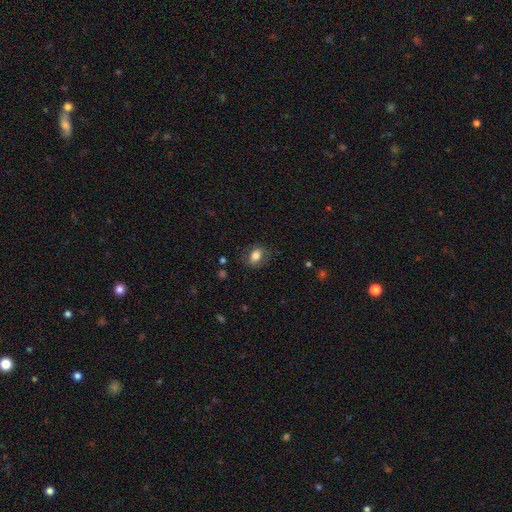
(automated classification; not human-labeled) This appears to be a smooth galaxy with no disk features (78%) that is in between round and cigar-shaped (67%). Merging: none (78%).